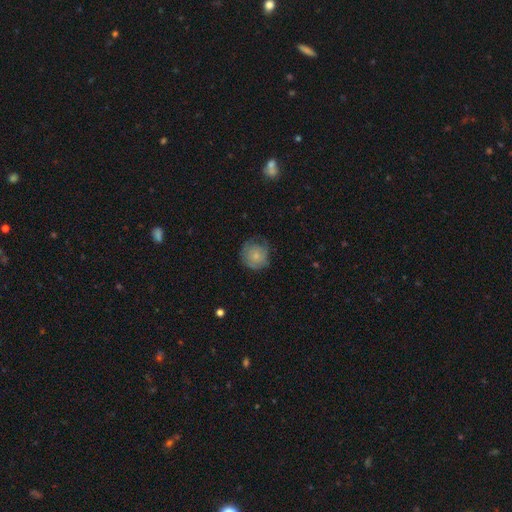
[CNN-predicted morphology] The model was most divided on "merging": none: 62%, minor disturbance: 27%, major disturbance: 10%, merger: 1%. More confident: how rounded — round (90%); smooth or featured — smooth (72%).